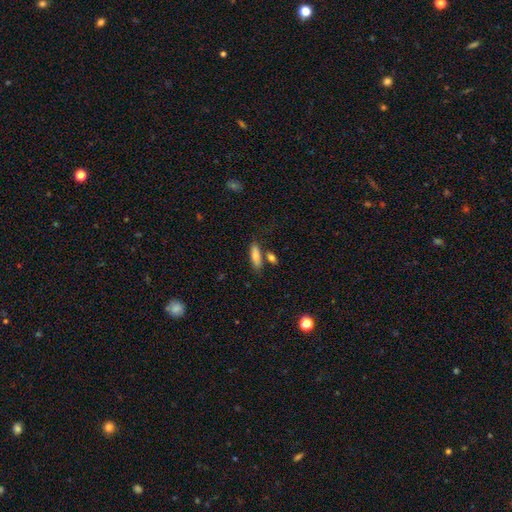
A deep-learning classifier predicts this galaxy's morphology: Q: Smooth or featured?
A: smooth (79%); runner-up: featured or disk (14%)
Q: How rounded?
A: in between (52%); runner-up: cigar-shaped (45%)
Q: Merging?
A: none (69%); runner-up: minor disturbance (14%)